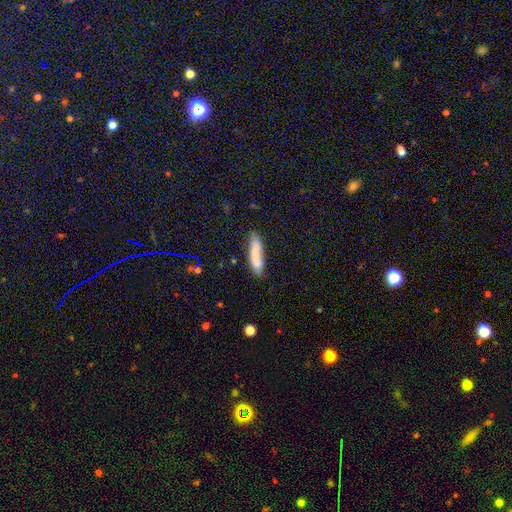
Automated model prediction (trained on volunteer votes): smooth_or_featured: smooth (p=0.80) [alt: featured or disk p=0.13]
how_rounded: cigar-shaped (p=0.76) [alt: in between p=0.22]
merging: none (p=0.70) [alt: minor disturbance p=0.21]